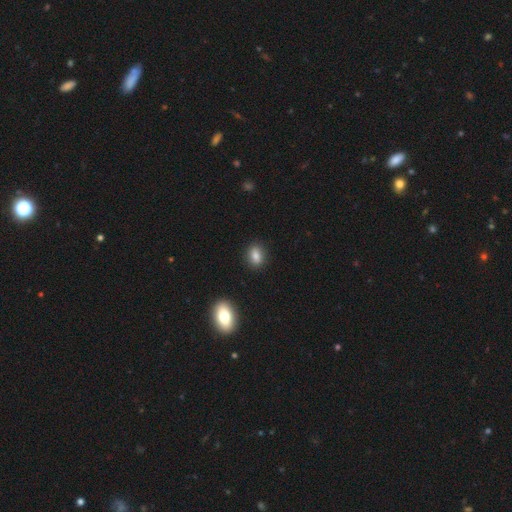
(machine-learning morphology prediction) smooth 81%, star or artifact 10%, featured or disk 8%. Down the decision tree: how rounded — in between (65%); merging — none (87%).